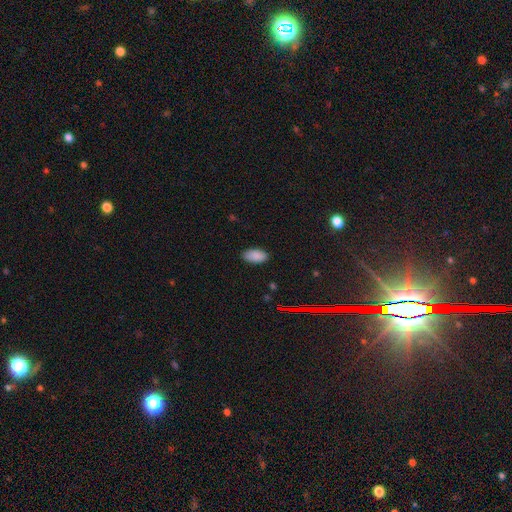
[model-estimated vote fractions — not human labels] smooth 87%, star or artifact 9%, featured or disk 4%. Down the decision tree: how rounded — in between (94%); merging — none (86%).